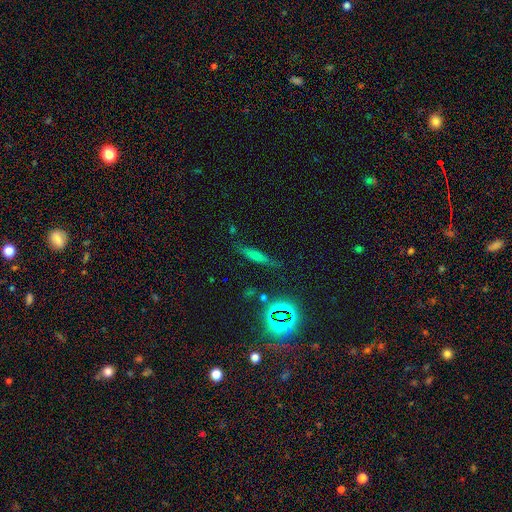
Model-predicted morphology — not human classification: Q: Smooth or featured?
A: smooth (57%); runner-up: featured or disk (25%)
Q: How rounded?
A: cigar-shaped (78%); runner-up: in between (18%)
Q: Merging?
A: none (75%); runner-up: minor disturbance (17%)